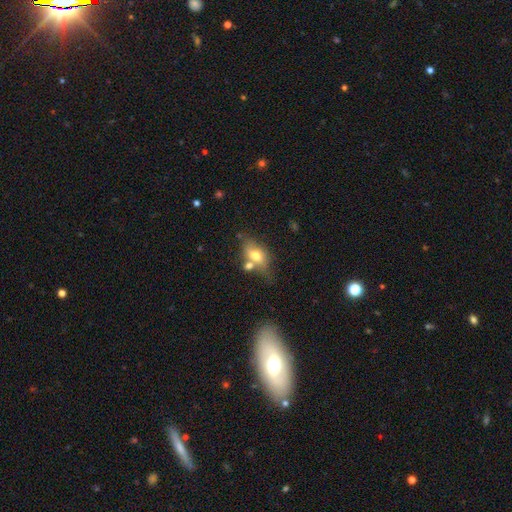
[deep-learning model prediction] smooth 60%, featured or disk 32%, star or artifact 8%. Down the decision tree: how rounded — in between (81%); merging — none (54%).